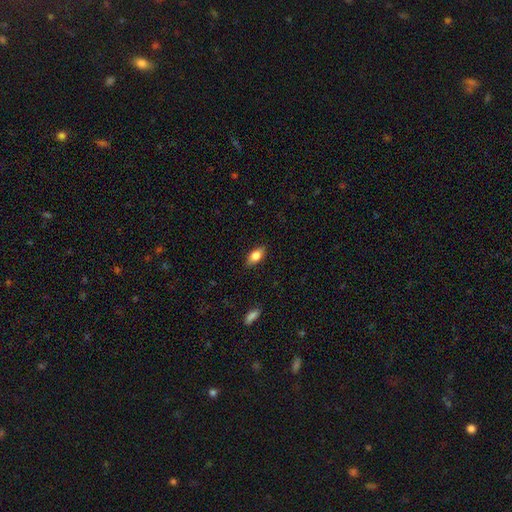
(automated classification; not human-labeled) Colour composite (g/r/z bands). It shows a smooth galaxy with no disk features (77%) that is in between round and cigar-shaped (86%). Merging: none (87%).